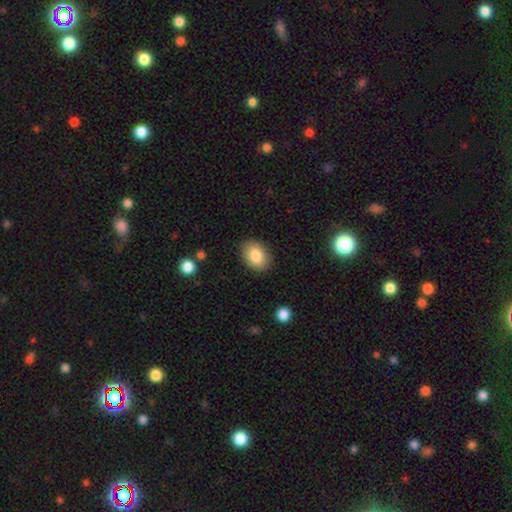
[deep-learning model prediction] Smooth or featured? smooth (84%)
How rounded? in between (82%)
Merging? none (87%)